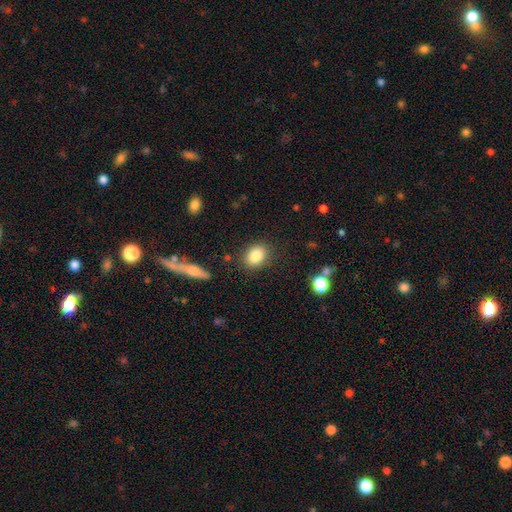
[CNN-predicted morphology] The model was most divided on "how rounded": in between: 59%, round: 39%, cigar-shaped: 2%. More confident: merging — none (85%); smooth or featured — smooth (85%).